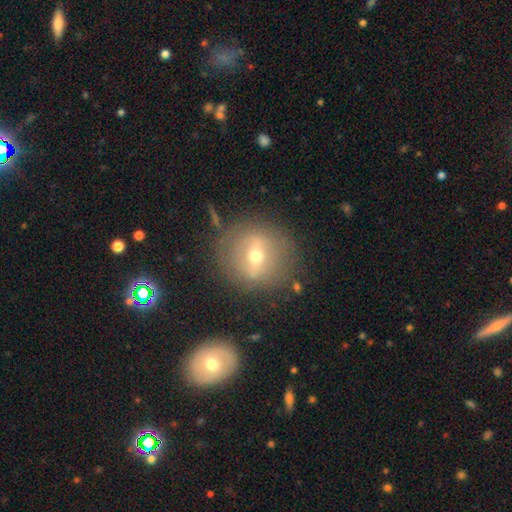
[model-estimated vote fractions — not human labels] A featured or disk galaxy (45%). Merging: none (81%).